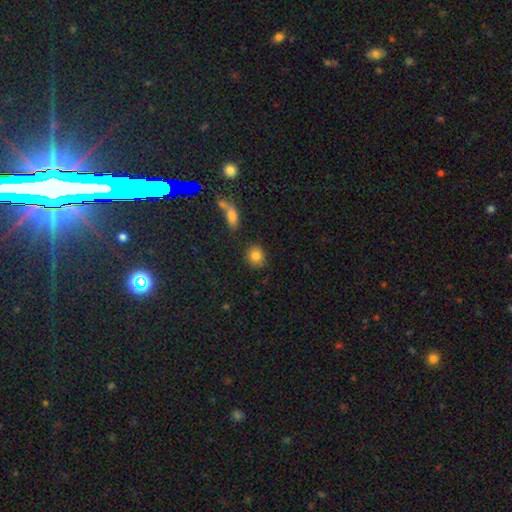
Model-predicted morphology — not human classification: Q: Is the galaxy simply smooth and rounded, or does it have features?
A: smooth — 84%.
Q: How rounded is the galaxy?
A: round — 73%.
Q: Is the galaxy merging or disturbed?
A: none — 80%.